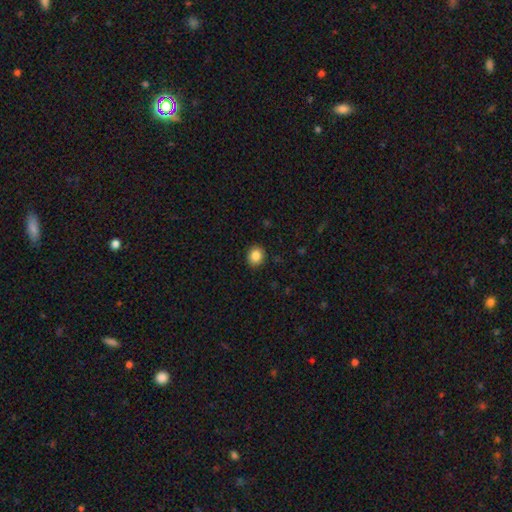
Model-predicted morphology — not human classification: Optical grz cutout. It shows a smooth galaxy with no disk features (86%) that is round (74%). Merging: none (91%).